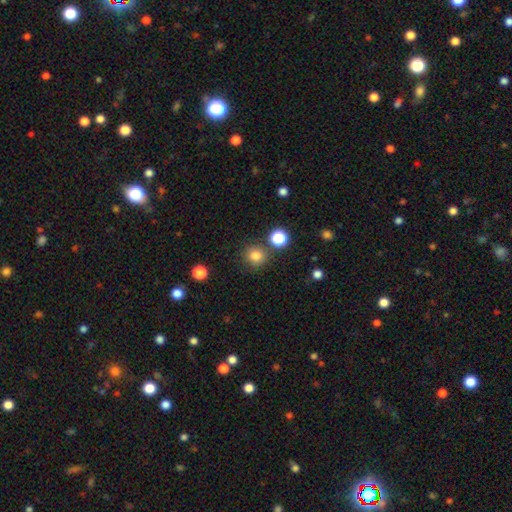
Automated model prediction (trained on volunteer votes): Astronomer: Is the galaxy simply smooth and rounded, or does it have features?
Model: smooth — 81%.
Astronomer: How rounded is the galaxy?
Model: round — 91%.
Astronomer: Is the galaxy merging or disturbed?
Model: none — 84%.